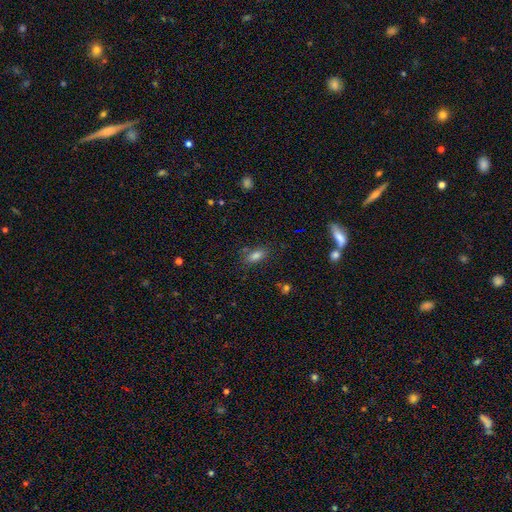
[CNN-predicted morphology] A smooth galaxy with no disk features (77%) that is in between round and cigar-shaped (80%). Merging: none (78%).